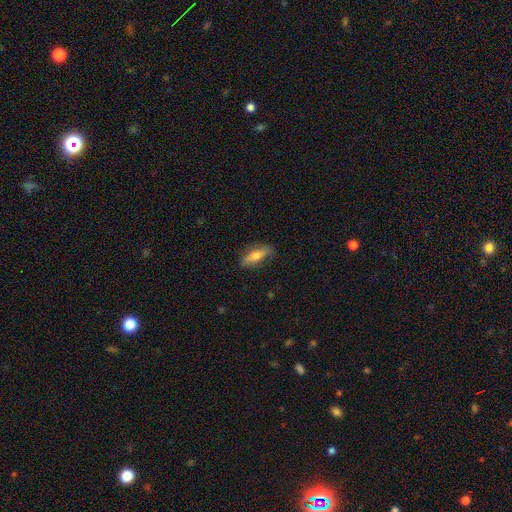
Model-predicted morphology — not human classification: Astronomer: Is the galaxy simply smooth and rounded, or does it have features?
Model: smooth — 63%.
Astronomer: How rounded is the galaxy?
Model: in between — 51% (runner-up: cigar-shaped, 46%).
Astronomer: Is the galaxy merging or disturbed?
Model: none — 81%.